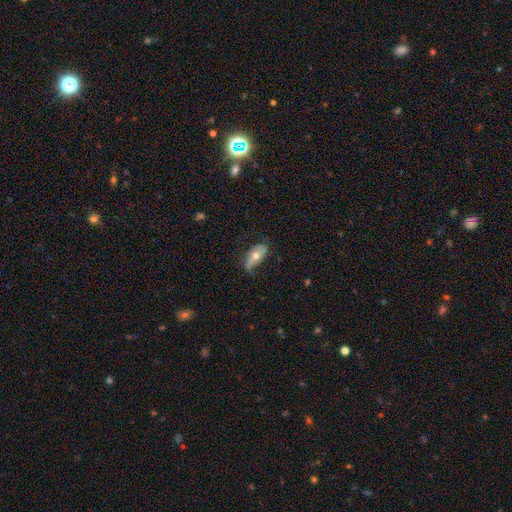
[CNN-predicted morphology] A smooth galaxy with no disk features (49%).

Vote fractions:
- Smooth or featured? smooth: 49% / featured or disk: 44% / star or artifact: 7%
- Merging? none: 53% / minor disturbance: 33% / major disturbance: 12% / merger: 2%